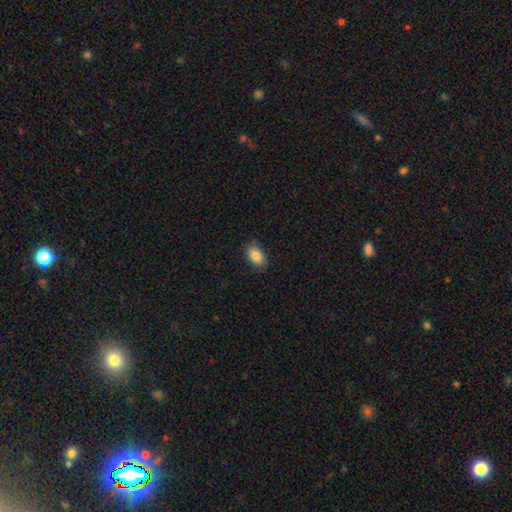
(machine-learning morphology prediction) A smooth galaxy with no disk features (87%) that is in between round and cigar-shaped (91%).

Vote fractions:
- Smooth or featured? smooth: 87% / star or artifact: 7% / featured or disk: 6%
- How rounded? in between: 91% / round: 7% / cigar-shaped: 2%
- Merging? none: 84% / minor disturbance: 12% / major disturbance: 3% / merger: 1%